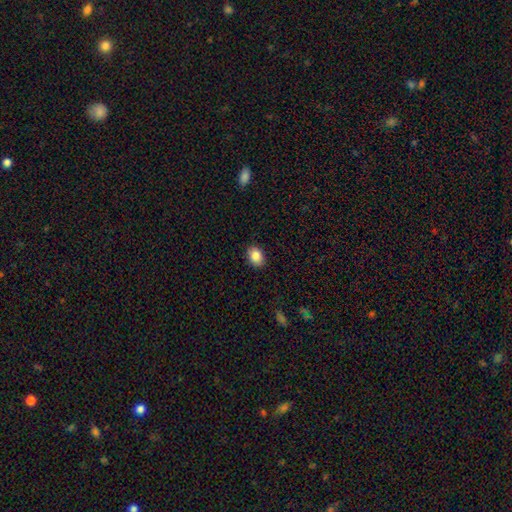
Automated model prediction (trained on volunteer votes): Smooth or featured? Predicted: smooth (p=0.86). How rounded? Predicted: in between (p=0.71). Merging? Predicted: none (p=0.89).